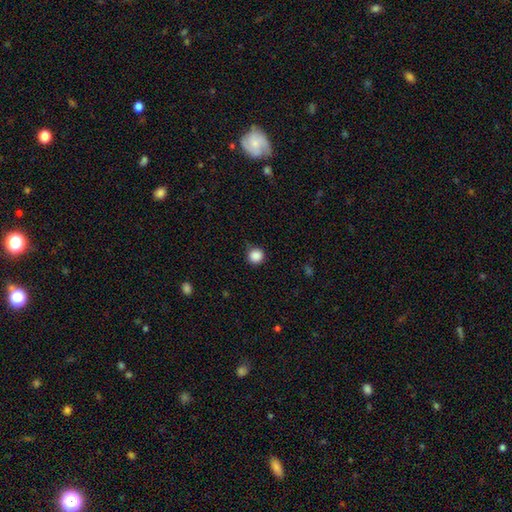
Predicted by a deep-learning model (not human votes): Smooth or featured?
  - smooth: 87% *
  - star or artifact: 10%
  - featured or disk: 2%
How rounded?
  - round: 95% *
  - in between: 4%
  - cigar-shaped: 1%
Merging?
  - none: 85% *
  - minor disturbance: 11%
  - major disturbance: 3%
  - merger: 1%